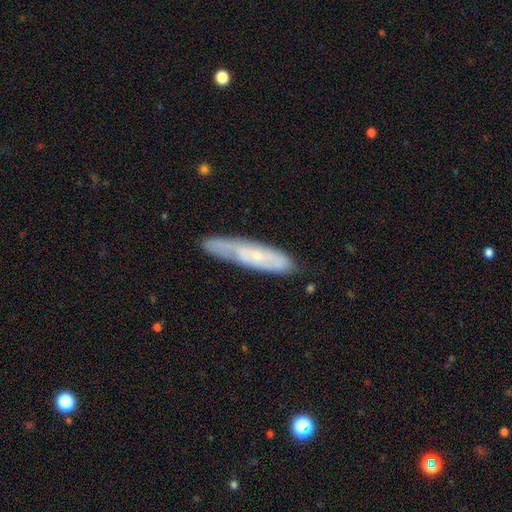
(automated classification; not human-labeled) Smooth or featured?
  - featured or disk: 57% *
  - smooth: 36%
  - star or artifact: 7%
Edge-on disk?
  - no: 64% *
  - yes: 36%
Merging?
  - none: 67% *
  - minor disturbance: 24%
  - major disturbance: 6%
  - merger: 3%